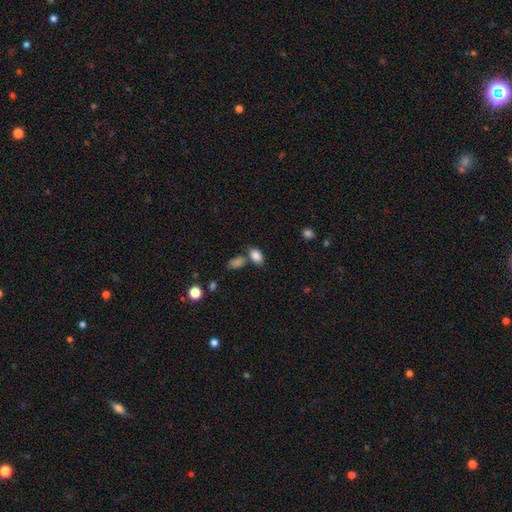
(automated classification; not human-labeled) The model was most divided on "merging": none: 57%, merger: 25%, minor disturbance: 14%, major disturbance: 4%. More confident: how rounded — in between (89%); smooth or featured — smooth (85%).